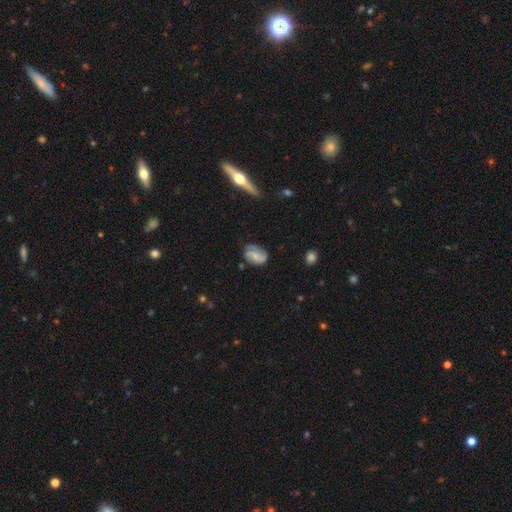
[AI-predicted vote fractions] Overall: featured or disk (60%; smooth 32%). Edge-on disk: no (97%). Bar: no (59%; weak 34%). Spiral arms: yes (90%). Spiral arm count: 2 (60%). Spiral winding: medium (42%; tight 32%). Bulge size: small (52%; moderate 25%). Merging: none (63%; minor disturbance 26%).